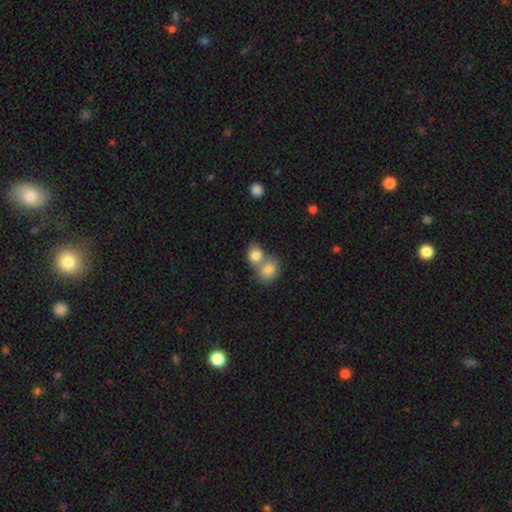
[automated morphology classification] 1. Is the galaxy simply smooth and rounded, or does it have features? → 82% smooth, 10% featured or disk, 9% star or artifact.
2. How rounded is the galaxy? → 57% round, 42% in between, 1% cigar-shaped.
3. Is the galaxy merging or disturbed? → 64% merger, 27% none, 6% minor disturbance, 3% major disturbance.